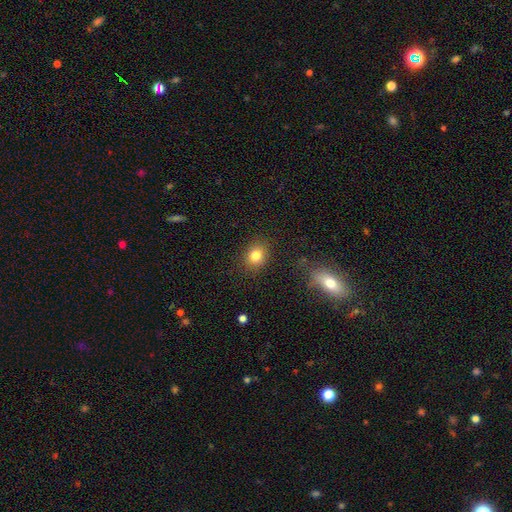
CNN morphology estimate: Smooth or featured? smooth (81%)
How rounded? round (63%)
Merging? none (85%)